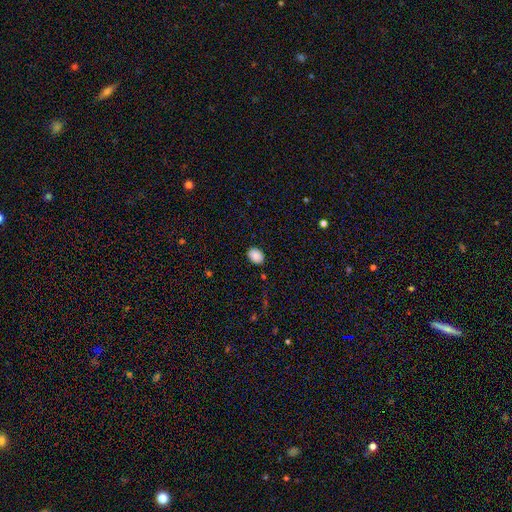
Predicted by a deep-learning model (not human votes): A smooth galaxy with no disk features (88%) that is in between round and cigar-shaped (75%). Merging: none (87%).